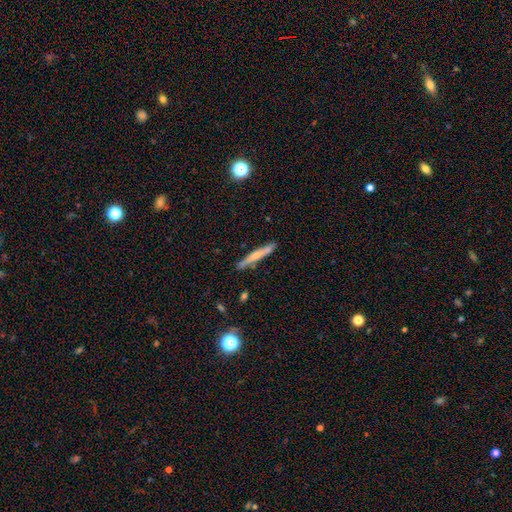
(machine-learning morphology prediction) Smooth or featured?
  - smooth: 52% *
  - featured or disk: 42%
  - star or artifact: 6%
How rounded?
  - cigar-shaped: 94% *
  - in between: 4%
  - round: 1%
Merging?
  - none: 81% *
  - minor disturbance: 14%
  - merger: 3%
  - major disturbance: 2%